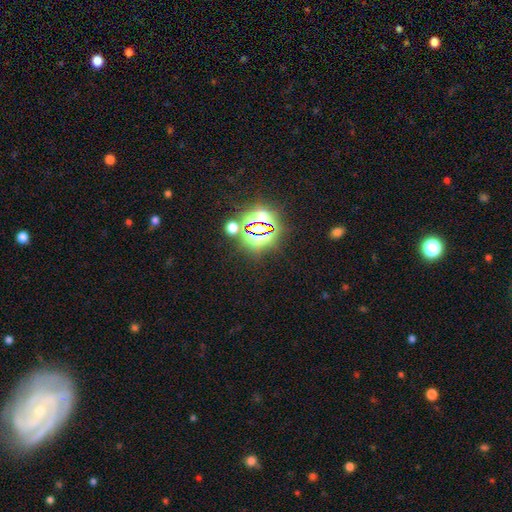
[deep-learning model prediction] Smooth or featured?
  - star or artifact: 73% *
  - smooth: 14%
  - featured or disk: 13%